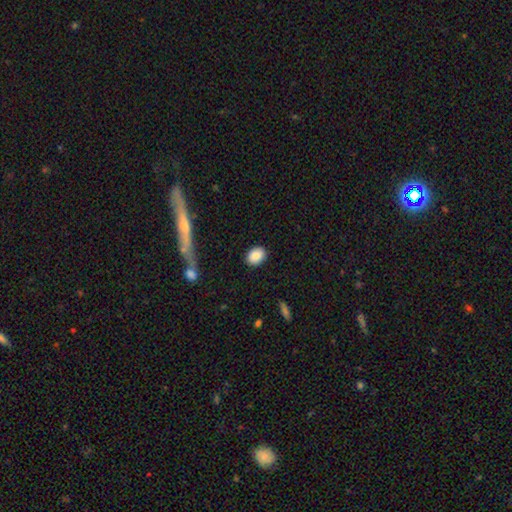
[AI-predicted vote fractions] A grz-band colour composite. It shows a smooth galaxy with no disk features (87%) that is in between round and cigar-shaped (64%). Merging: none (87%).